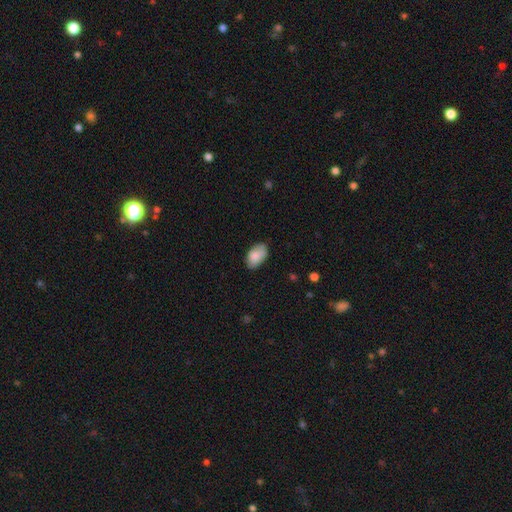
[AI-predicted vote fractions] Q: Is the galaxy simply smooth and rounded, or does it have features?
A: smooth — 86%.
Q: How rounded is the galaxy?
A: in between — 93%.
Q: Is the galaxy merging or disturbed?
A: none — 77%.